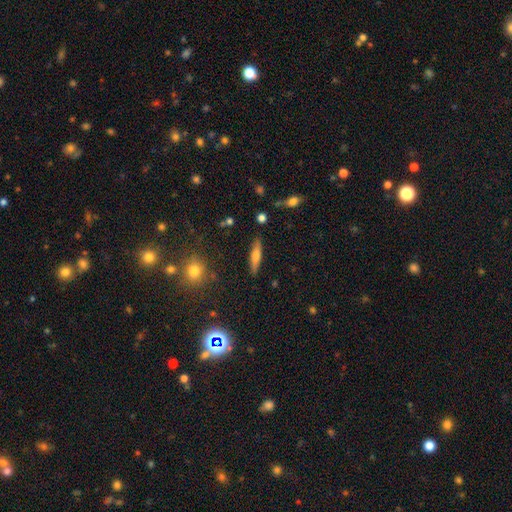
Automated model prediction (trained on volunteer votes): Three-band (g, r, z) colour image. It shows a smooth galaxy with no disk features (57%) that is cigar-shaped (80%). Merging: none (88%).